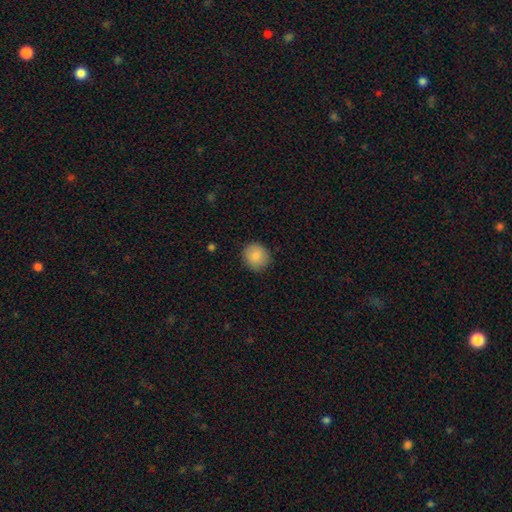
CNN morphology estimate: Smooth or featured? Predicted: smooth (p=0.87). How rounded? Predicted: round (p=0.87). Merging? Predicted: none (p=0.88).